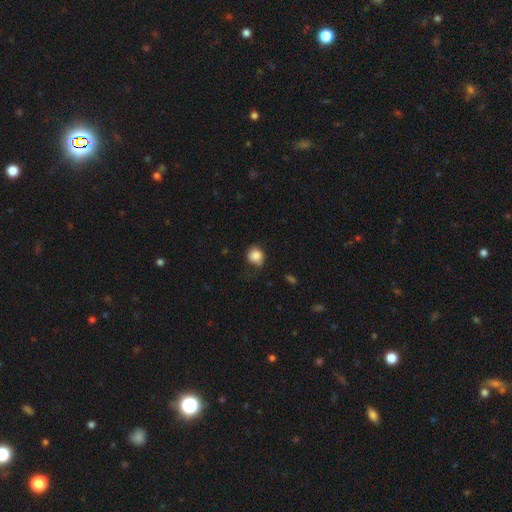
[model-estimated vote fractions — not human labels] A smooth galaxy with no disk features (85%) that is round (82%). Merging: none (63%).